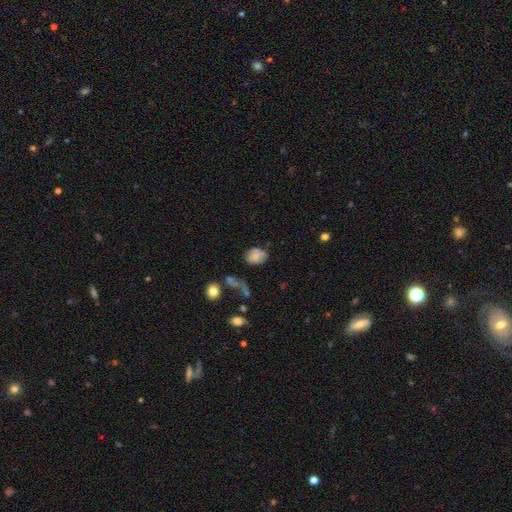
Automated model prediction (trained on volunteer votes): This appears to be a smooth galaxy with no disk features (61%) that is in between round and cigar-shaped (69%). Merging: none (49%).